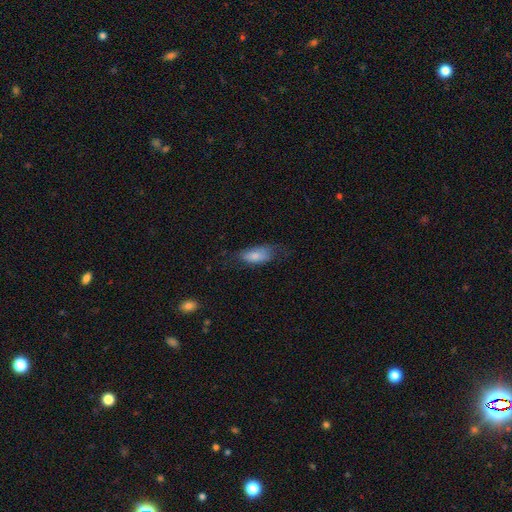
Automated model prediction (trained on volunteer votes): Smooth or featured: smooth — 77% (featured or disk — 16%)
How rounded: in between — 84% (cigar-shaped — 13%)
Merging: none — 45% (minor disturbance — 31%)